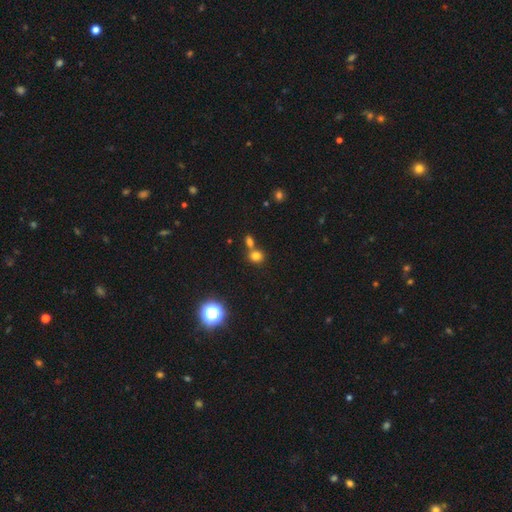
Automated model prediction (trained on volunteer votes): A smooth galaxy with no disk features (76%) that is round (76%).

Vote fractions:
- Smooth or featured? smooth: 76% / star or artifact: 17% / featured or disk: 7%
- How rounded? round: 76% / in between: 22% / cigar-shaped: 1%
- Merging? none: 55% / merger: 34% / minor disturbance: 8% / major disturbance: 3%